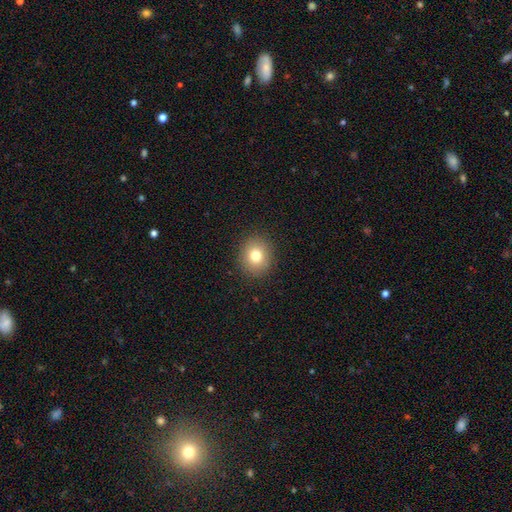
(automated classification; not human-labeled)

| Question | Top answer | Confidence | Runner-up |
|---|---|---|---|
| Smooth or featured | smooth | 78% | star or artifact (12%) |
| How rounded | round | 80% | in between (19%) |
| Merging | none | 90% | minor disturbance (6%) |